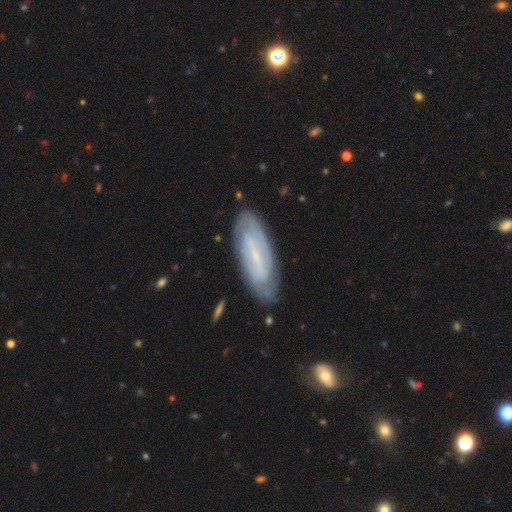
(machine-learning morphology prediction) Q: Smooth or featured?
A: featured or disk (71%); runner-up: smooth (22%)
Q: Edge-on disk?
A: no (86%); runner-up: yes (14%)
Q: Bar?
A: weak (42%); runner-up: strong (37%)
Q: Spiral arms?
A: yes (86%); runner-up: no (14%)
Q: Spiral winding?
A: tight (64%); runner-up: medium (27%)
Q: Spiral arm count?
A: 2 (47%); runner-up: can't tell (38%)
Q: Bulge size?
A: small (65%); runner-up: none (21%)
Q: Merging?
A: none (78%); runner-up: minor disturbance (16%)